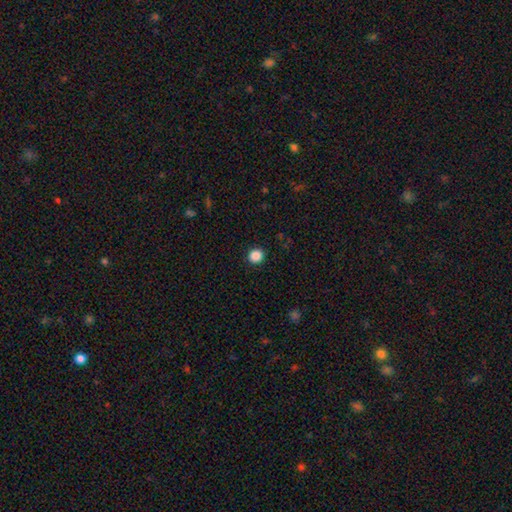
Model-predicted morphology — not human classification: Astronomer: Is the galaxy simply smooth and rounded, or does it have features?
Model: smooth — 87%.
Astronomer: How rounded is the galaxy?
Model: round — 90%.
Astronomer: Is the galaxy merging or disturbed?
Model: none — 92%.